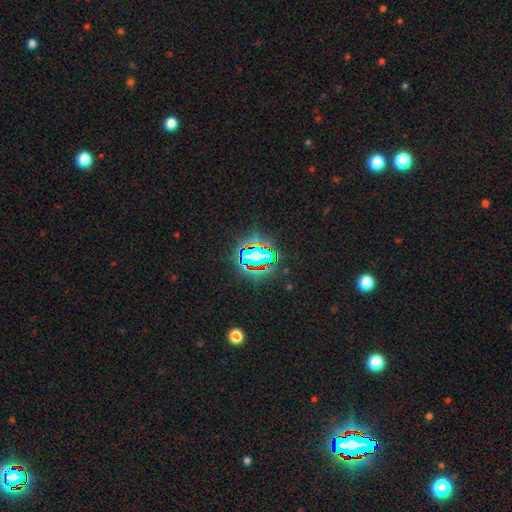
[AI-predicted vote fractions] Smooth or featured: star or artifact — 69% (smooth — 18%)